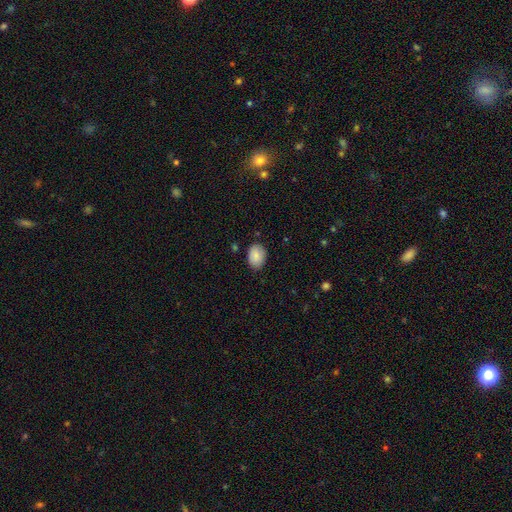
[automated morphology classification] This appears to be a smooth galaxy with no disk features (86%) that is in between round and cigar-shaped (78%). Merging: none (81%).